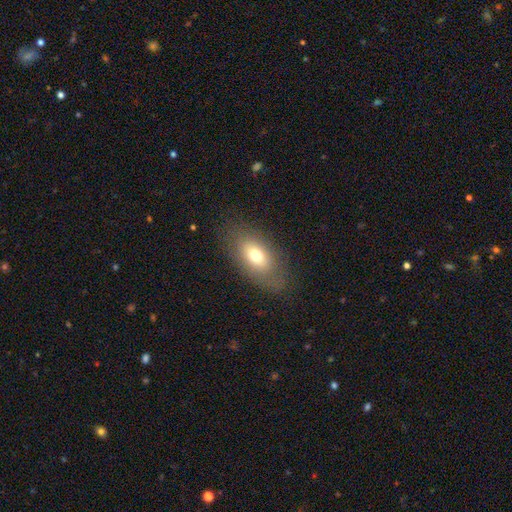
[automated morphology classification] A smooth galaxy with no disk features (70%) that is in between round and cigar-shaped (87%).

Vote fractions:
- Smooth or featured? smooth: 70% / featured or disk: 20% / star or artifact: 10%
- How rounded? in between: 87% / round: 9% / cigar-shaped: 4%
- Merging? none: 80% / minor disturbance: 13% / major disturbance: 6% / merger: 1%